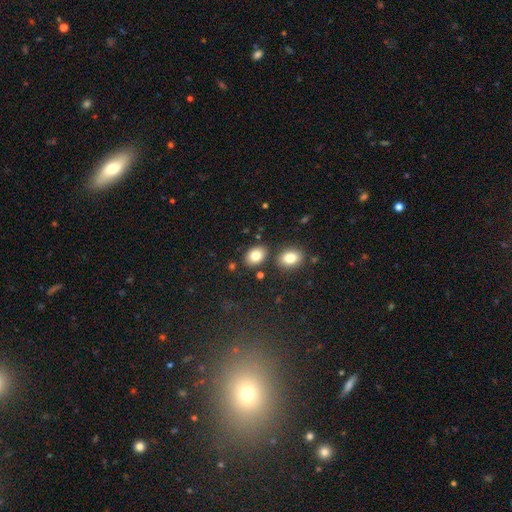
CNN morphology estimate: A smooth galaxy with no disk features (82%) that is in between round and cigar-shaped (73%).

Vote fractions:
- Smooth or featured? smooth: 82% / featured or disk: 9% / star or artifact: 9%
- How rounded? in between: 73% / round: 26% / cigar-shaped: 1%
- Merging? none: 79% / merger: 9% / minor disturbance: 9% / major disturbance: 3%